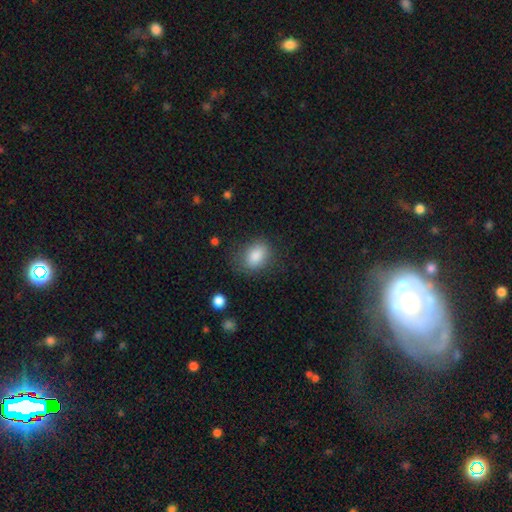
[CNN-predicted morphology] type=smooth (85%); roundness=in between (75%); merging=none (74%).